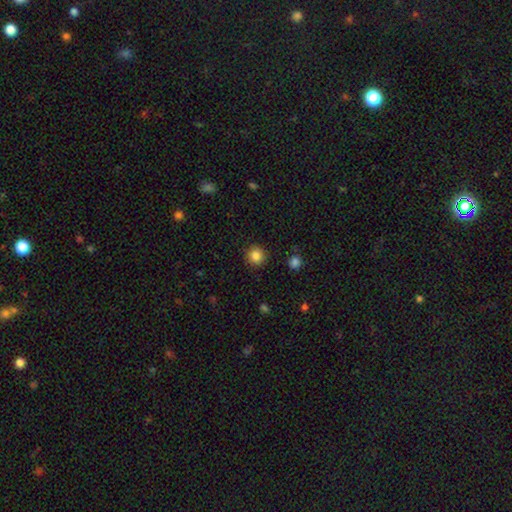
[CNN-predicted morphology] Overall: smooth (85%). How rounded: round (94%). Merging: none (91%).